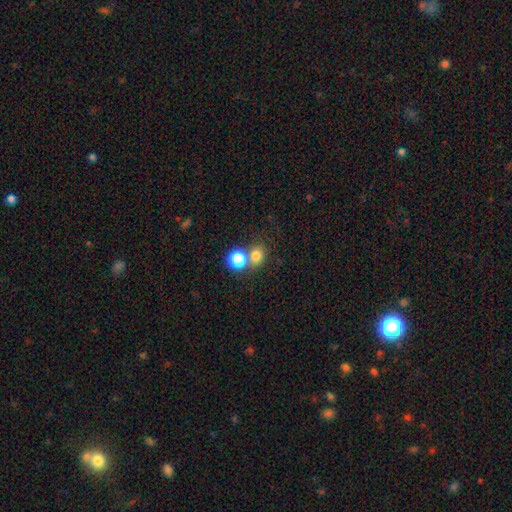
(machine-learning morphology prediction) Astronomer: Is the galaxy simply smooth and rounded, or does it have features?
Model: smooth — 76%.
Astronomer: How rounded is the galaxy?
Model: round — 77%.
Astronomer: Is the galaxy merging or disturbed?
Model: none — 55% (runner-up: merger, 34%).